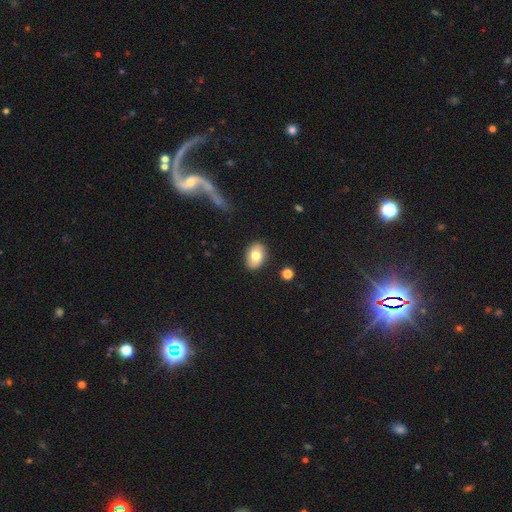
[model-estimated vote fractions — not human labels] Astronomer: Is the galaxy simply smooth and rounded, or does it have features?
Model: smooth — 75%.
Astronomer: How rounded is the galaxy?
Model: in between — 83%.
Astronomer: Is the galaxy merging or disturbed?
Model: none — 86%.